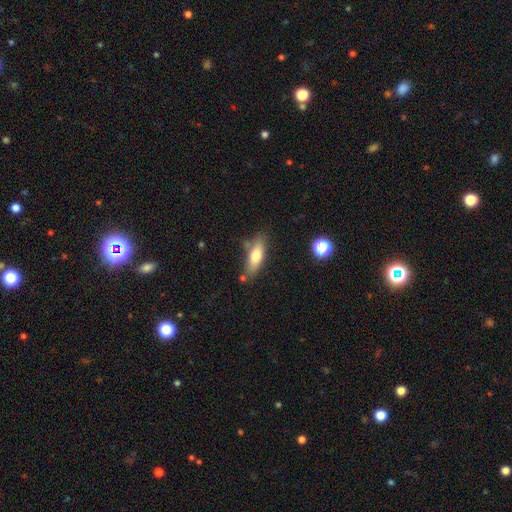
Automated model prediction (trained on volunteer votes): Overall: smooth (70%). How rounded: in between (56%; cigar-shaped 41%). Merging: none (72%).